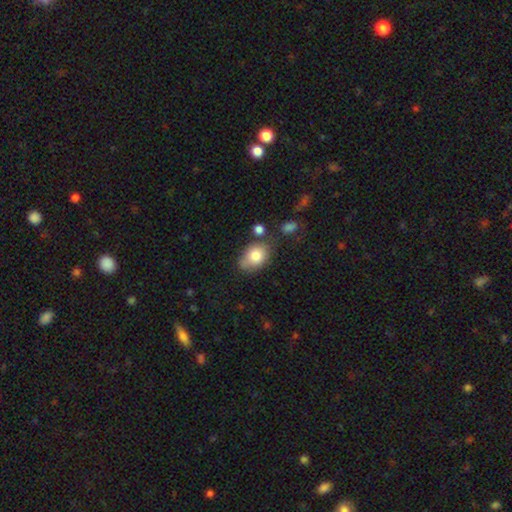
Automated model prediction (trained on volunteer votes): smooth 79%, featured or disk 13%, star or artifact 8%. Down the decision tree: how rounded — in between (79%); merging — none (57%).